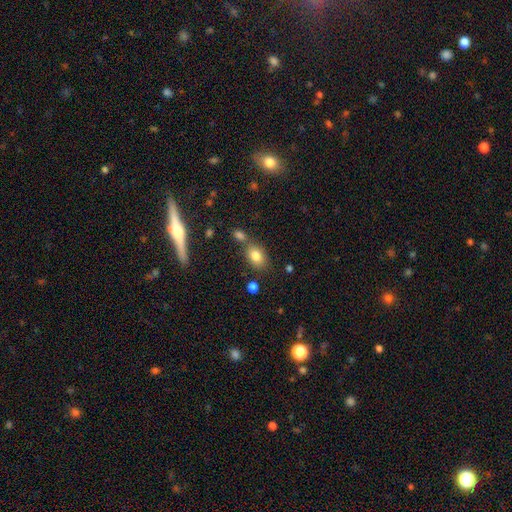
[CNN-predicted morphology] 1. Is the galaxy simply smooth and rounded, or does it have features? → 81% smooth, 10% featured or disk, 9% star or artifact.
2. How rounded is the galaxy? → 80% in between, 18% round, 2% cigar-shaped.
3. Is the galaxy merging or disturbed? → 64% none, 19% merger, 13% minor disturbance, 4% major disturbance.